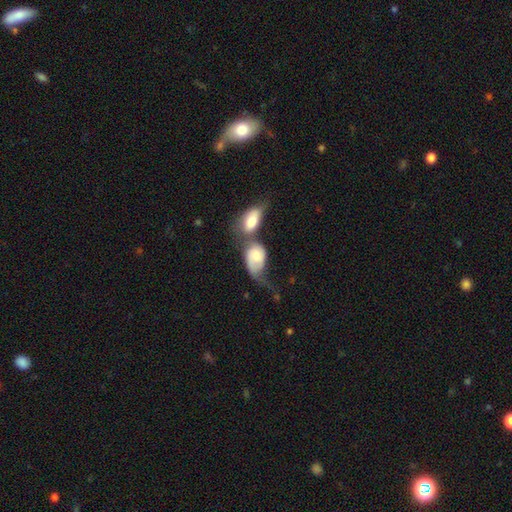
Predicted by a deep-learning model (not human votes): Smooth or featured?
  - smooth: 53% *
  - featured or disk: 41%
  - star or artifact: 6%
How rounded?
  - in between: 83% *
  - round: 15%
  - cigar-shaped: 2%
Merging?
  - merger: 61% *
  - major disturbance: 18%
  - none: 11%
  - minor disturbance: 10%